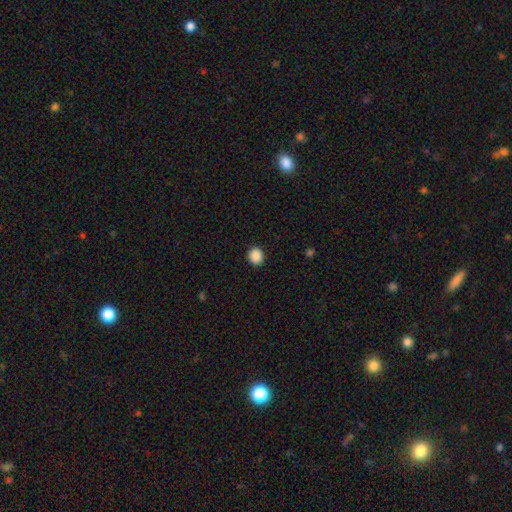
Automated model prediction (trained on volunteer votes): Smooth or featured: smooth — 89% (star or artifact — 9%)
How rounded: round — 80% (in between — 19%)
Merging: none — 91% (minor disturbance — 6%)